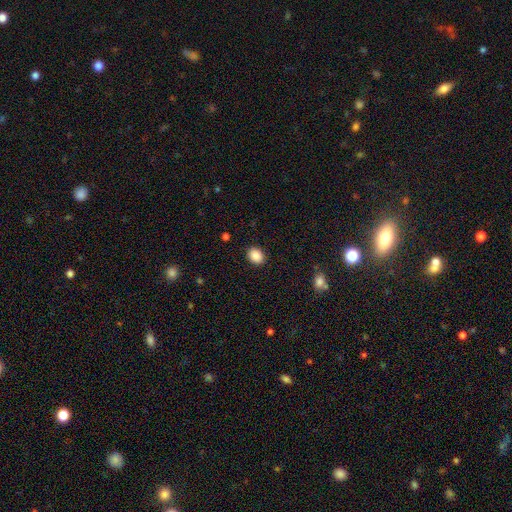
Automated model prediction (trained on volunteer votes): This appears to be a smooth galaxy with no disk features (89%) that is in between round and cigar-shaped (54%). Merging: none (90%).